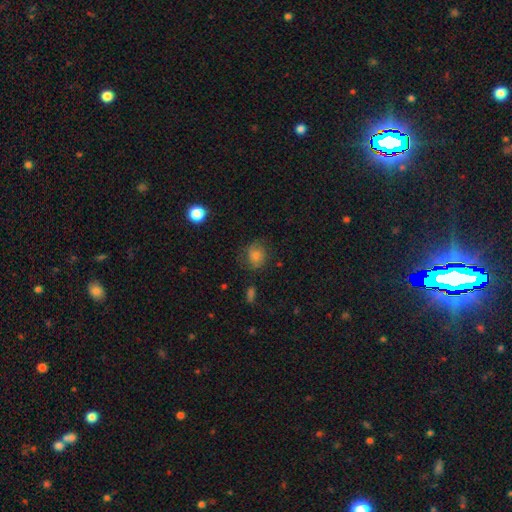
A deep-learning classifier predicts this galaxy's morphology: A smooth galaxy with no disk features (56%) that is round (69%). Merging: none (70%).